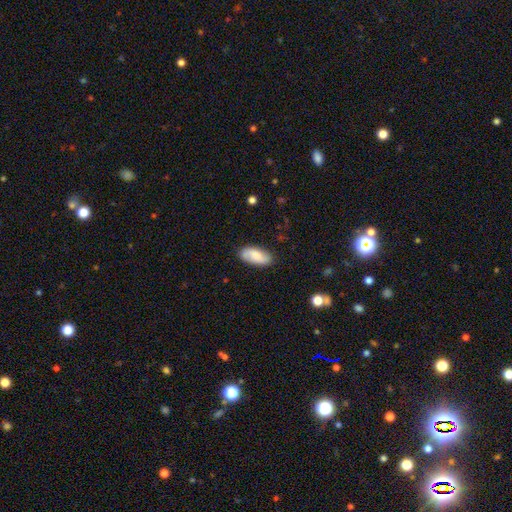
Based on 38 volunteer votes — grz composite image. It shows a smooth galaxy with no disk features (47%, tied with featured or disk) that is in between round and cigar-shaped (100%). Merging: none (83%).